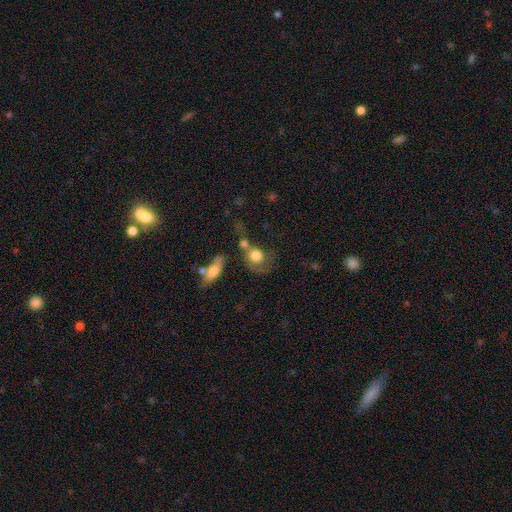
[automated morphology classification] This appears to be a smooth galaxy with no disk features (68%) that is round (64%). Merging: merger (37%).